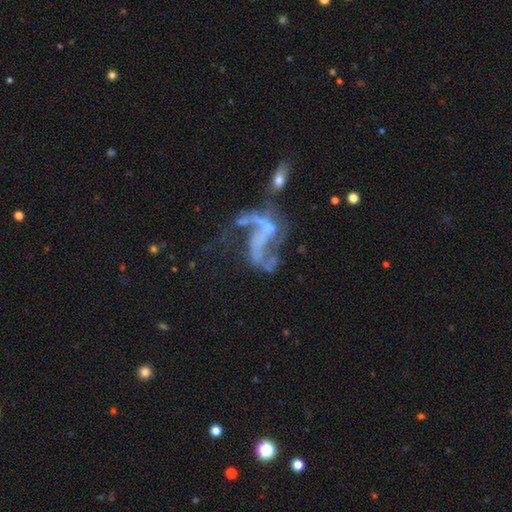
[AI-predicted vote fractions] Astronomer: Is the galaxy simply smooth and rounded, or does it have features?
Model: featured or disk — 81%.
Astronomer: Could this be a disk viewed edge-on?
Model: no — 97%.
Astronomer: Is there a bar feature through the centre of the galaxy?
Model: no — 46% (runner-up: weak, 34%).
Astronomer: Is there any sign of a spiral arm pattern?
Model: yes — 79%.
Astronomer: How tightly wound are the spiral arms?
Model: loose — 79%.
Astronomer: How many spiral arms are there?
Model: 2 — 74%.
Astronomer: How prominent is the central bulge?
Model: none — 56%.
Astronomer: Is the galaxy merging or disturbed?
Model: major disturbance — 33% (runner-up: none, 28%).